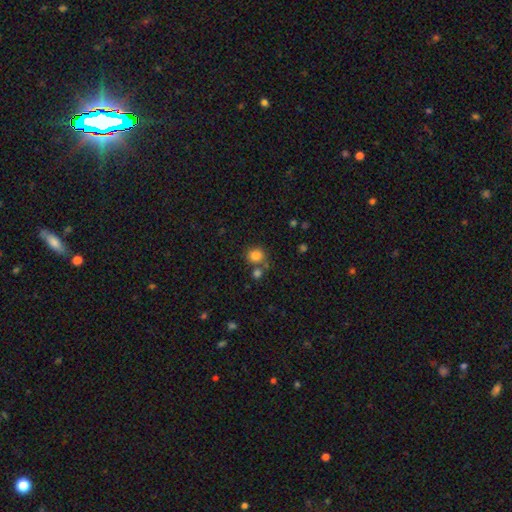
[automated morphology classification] A smooth galaxy with no disk features (83%) that is round (81%). Merging: none (68%).